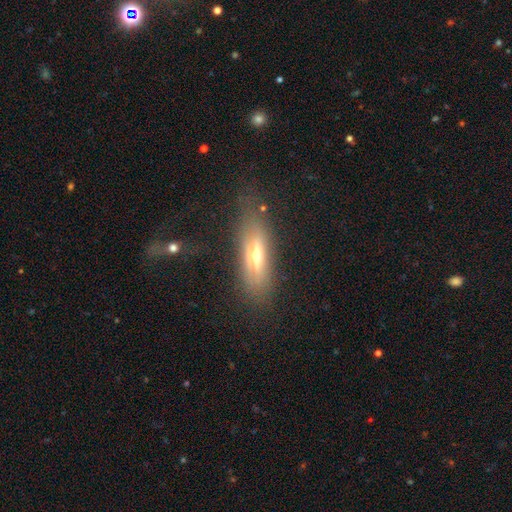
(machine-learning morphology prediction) type=featured or disk (48%); merging=none (72%).